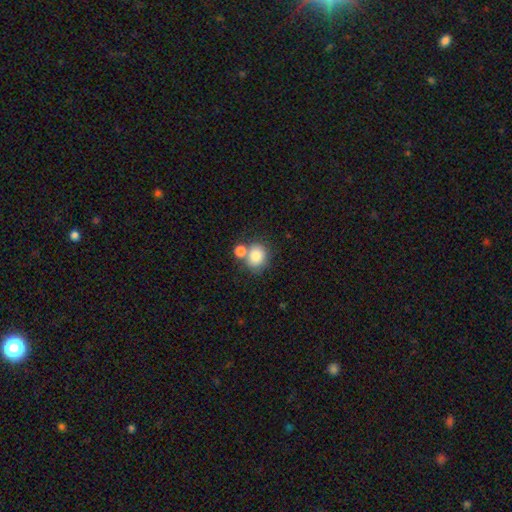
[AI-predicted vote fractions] smooth_or_featured: smooth (p=0.83) [alt: star or artifact p=0.09]
how_rounded: round (p=0.72) [alt: in between p=0.27]
merging: none (p=0.52) [alt: merger p=0.33]